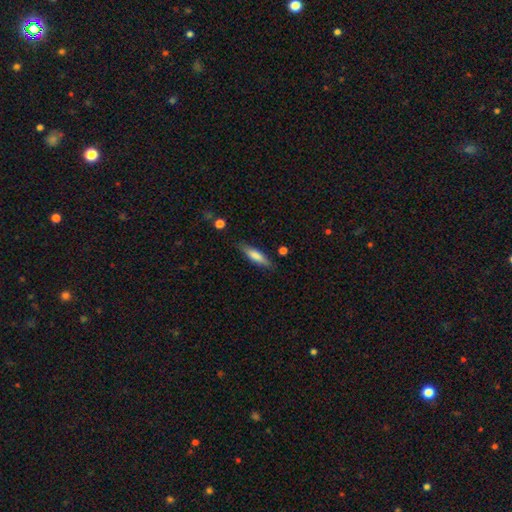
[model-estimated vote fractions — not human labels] smooth 72%, featured or disk 22%, star or artifact 6%. Down the decision tree: how rounded — cigar-shaped (72%); merging — none (83%).